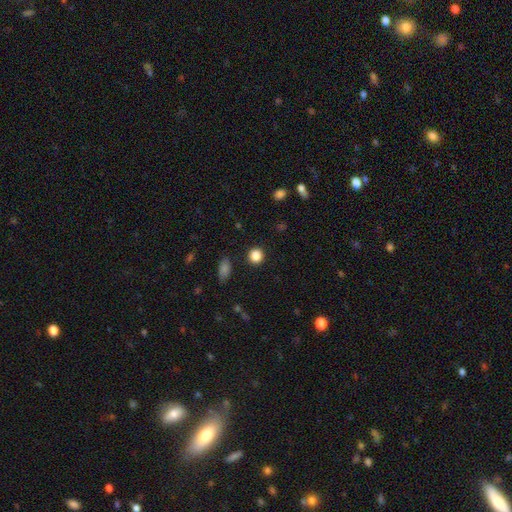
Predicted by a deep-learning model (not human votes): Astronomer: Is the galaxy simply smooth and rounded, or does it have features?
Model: smooth — 86%.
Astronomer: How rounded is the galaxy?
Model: round — 90%.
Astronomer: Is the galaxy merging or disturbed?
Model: none — 91%.